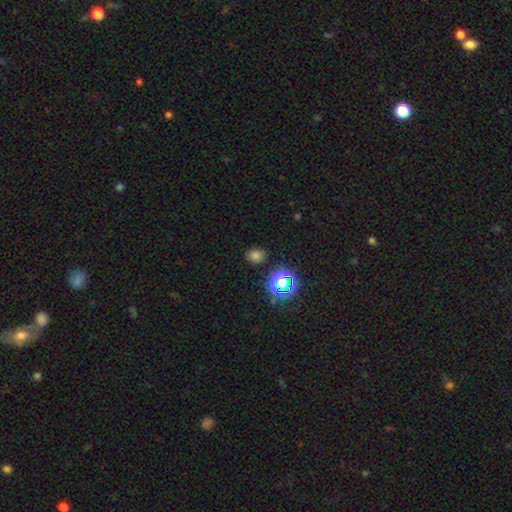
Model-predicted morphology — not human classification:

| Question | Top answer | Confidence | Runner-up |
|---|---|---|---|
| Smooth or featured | smooth | 68% | star or artifact (26%) |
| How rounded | round | 52% | in between (47%) |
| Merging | none | 85% | minor disturbance (10%) |